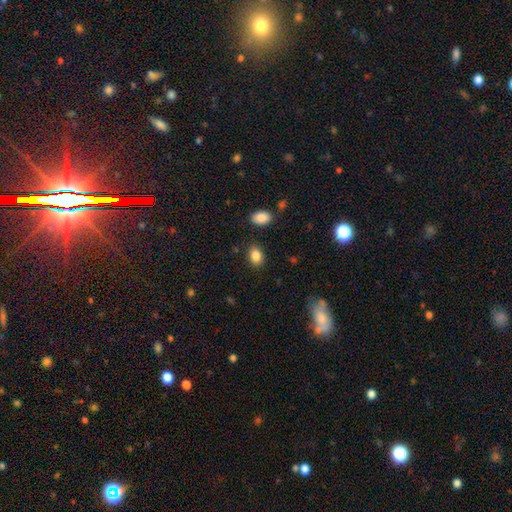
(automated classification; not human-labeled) Morphology: type=smooth (86%); roundness=in between (72%); merging=none (85%).